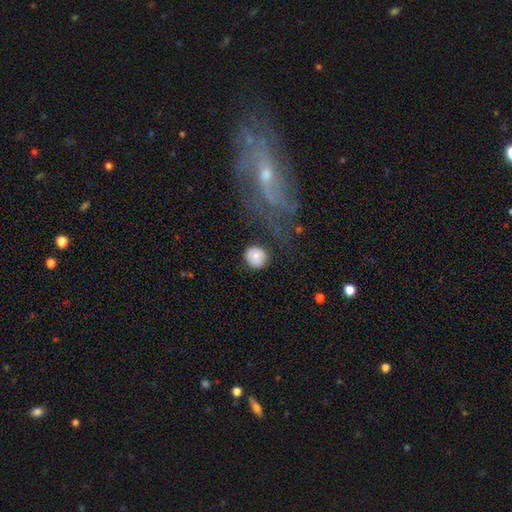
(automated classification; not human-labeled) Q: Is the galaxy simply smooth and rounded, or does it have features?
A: smooth — 77%.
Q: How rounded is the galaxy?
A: round — 89%.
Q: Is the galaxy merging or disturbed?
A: none — 82%.